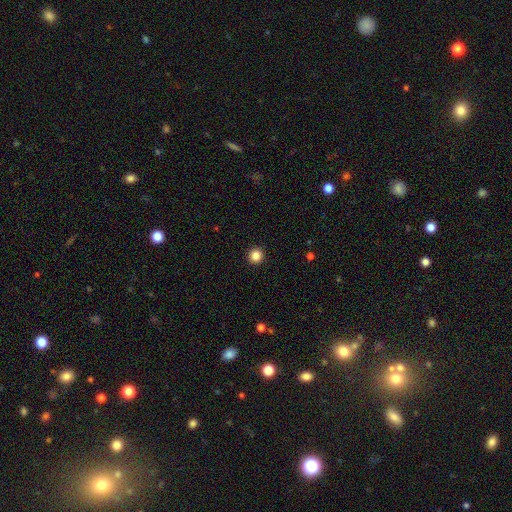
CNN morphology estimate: smooth 86%, star or artifact 11%, featured or disk 4%. Down the decision tree: how rounded — round (96%); merging — none (94%).